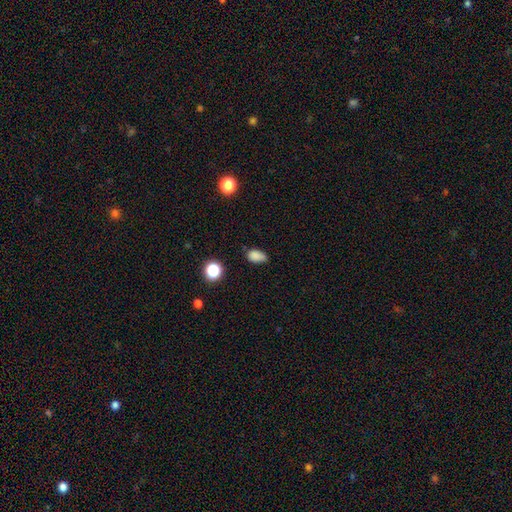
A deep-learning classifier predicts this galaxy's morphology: smooth_or_featured: smooth (p=0.83) [alt: star or artifact p=0.12]
how_rounded: in between (p=0.86) [alt: round p=0.12]
merging: none (p=0.67) [alt: minor disturbance p=0.26]